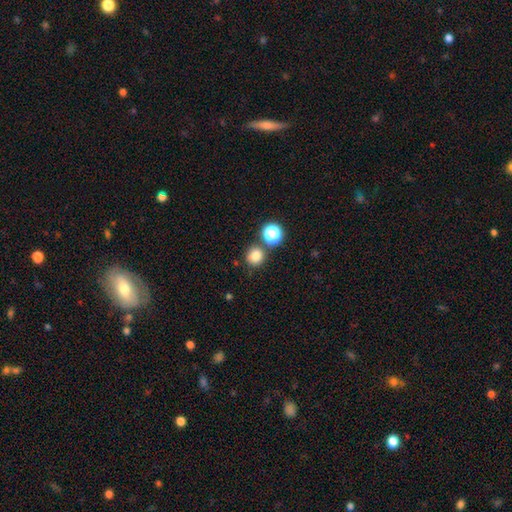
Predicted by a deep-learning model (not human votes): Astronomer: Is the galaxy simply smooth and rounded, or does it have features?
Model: smooth — 80%.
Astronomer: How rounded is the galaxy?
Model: round — 92%.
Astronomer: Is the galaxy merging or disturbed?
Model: none — 78%.